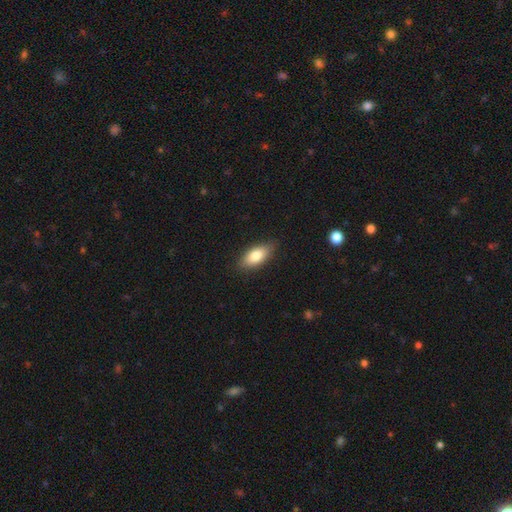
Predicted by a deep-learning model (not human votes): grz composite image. It shows a smooth galaxy with no disk features (80%) that is in between round and cigar-shaped (85%). Merging: none (84%).